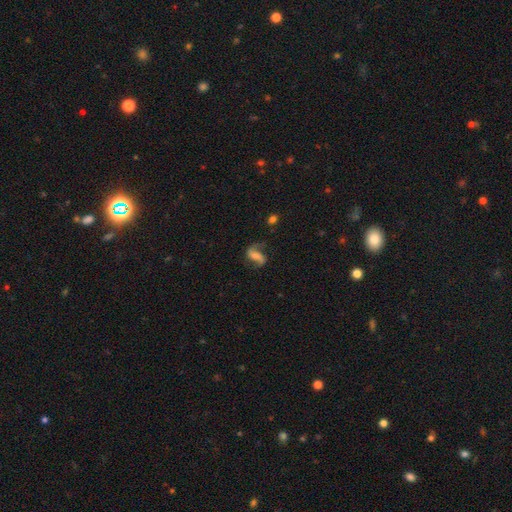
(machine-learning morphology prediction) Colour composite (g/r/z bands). It shows a featured or disk galaxy (78%) with a weak bar (40%), 2 (88%) loose (63%) spiral arms (94%) and a small central bulge (36%). Merging: none (66%).